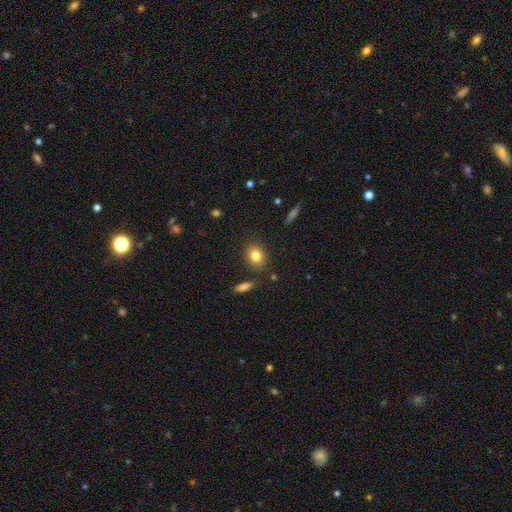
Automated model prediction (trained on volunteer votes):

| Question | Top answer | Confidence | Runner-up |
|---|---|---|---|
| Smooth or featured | smooth | 81% | featured or disk (9%) |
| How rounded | in between | 53% | round (45%) |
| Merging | none | 84% | minor disturbance (10%) |